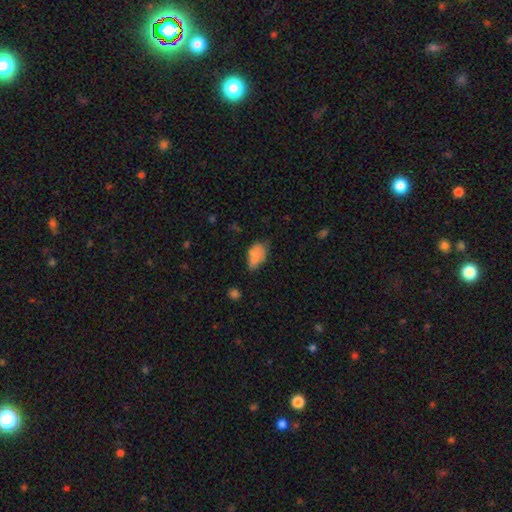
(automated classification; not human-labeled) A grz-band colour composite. It shows a smooth galaxy with no disk features (70%) that is in between round and cigar-shaped (89%). Merging: none (38%).